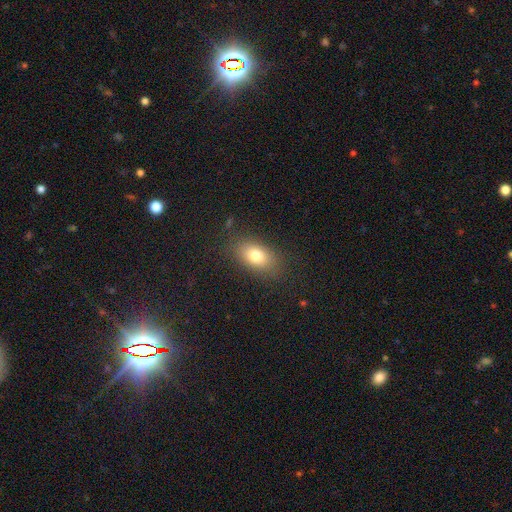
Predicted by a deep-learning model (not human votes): A smooth galaxy with no disk features (78%) that is in between round and cigar-shaped (84%). Merging: none (83%).